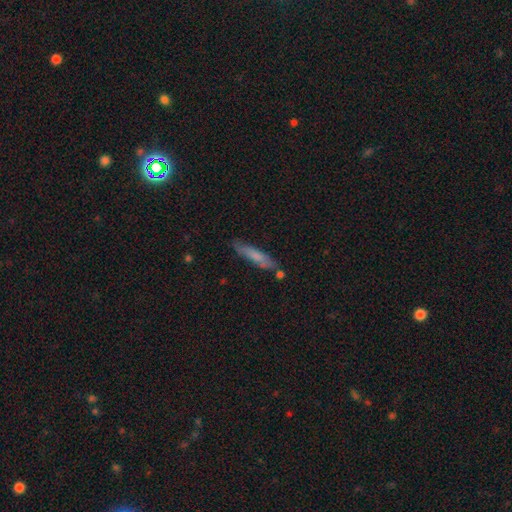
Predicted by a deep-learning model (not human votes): This appears to be a smooth galaxy with no disk features (66%) that is cigar-shaped (84%). Merging: none (73%).